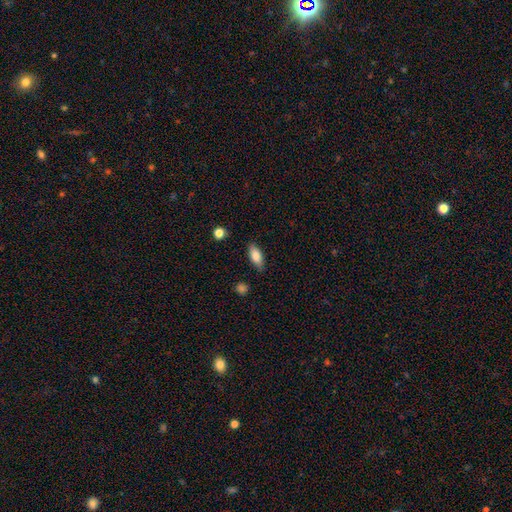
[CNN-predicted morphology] This appears to be a smooth galaxy with no disk features (80%) that is in between round and cigar-shaped (81%). Merging: none (84%).